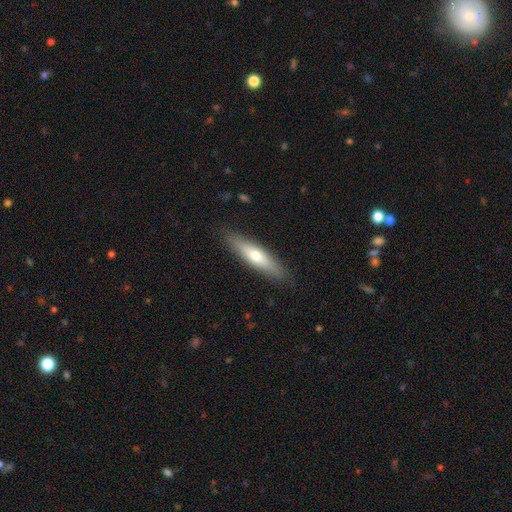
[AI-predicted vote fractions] Smooth or featured: smooth — 58% (featured or disk — 37%)
How rounded: cigar-shaped — 75% (in between — 23%)
Merging: none — 88% (minor disturbance — 9%)